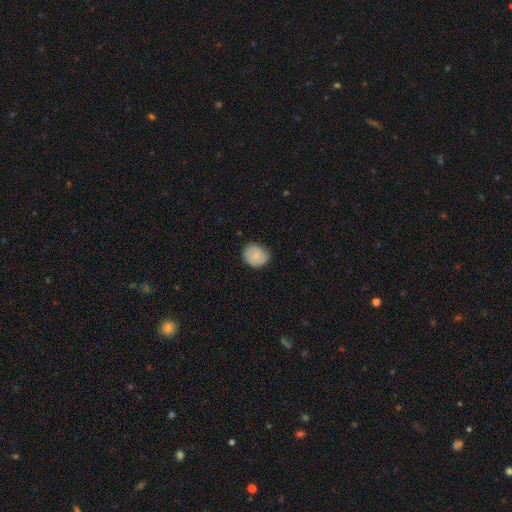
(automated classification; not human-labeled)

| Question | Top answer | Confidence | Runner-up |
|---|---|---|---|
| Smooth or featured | smooth | 77% | featured or disk (16%) |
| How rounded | round | 66% | in between (33%) |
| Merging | none | 79% | minor disturbance (17%) |